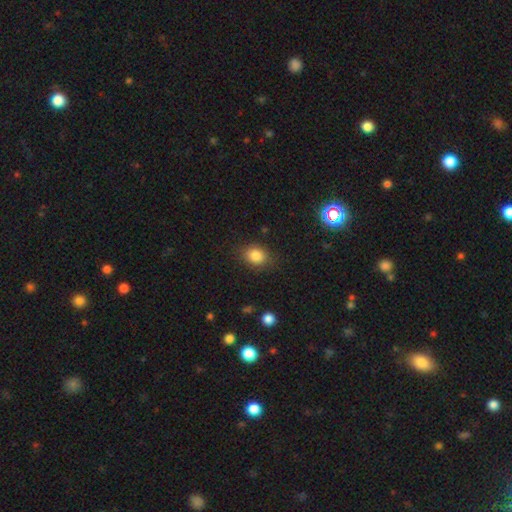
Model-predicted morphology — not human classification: Overall: smooth (83%). How rounded: in between (52%; round 47%). Merging: none (82%).